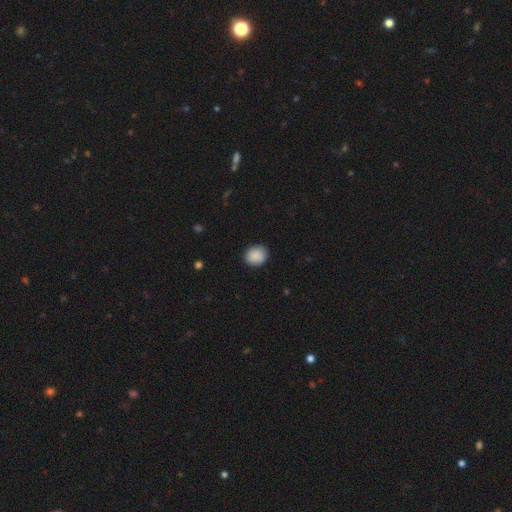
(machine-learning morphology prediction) This is clearly a smooth galaxy (89%). How rounded: likely round (72%). Merging: clearly none (88%).